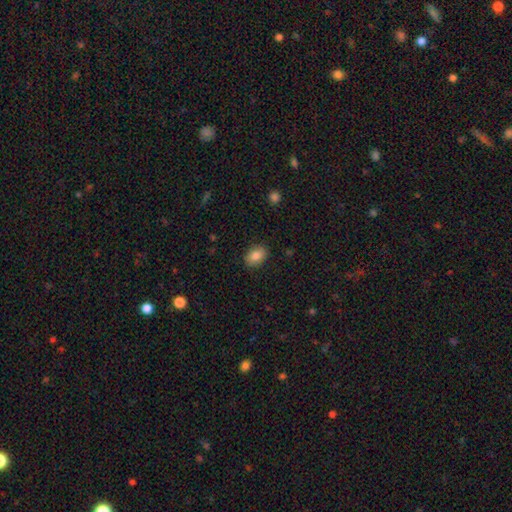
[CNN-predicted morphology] A smooth galaxy with no disk features (84%) that is in between round and cigar-shaped (77%). Merging: none (88%).